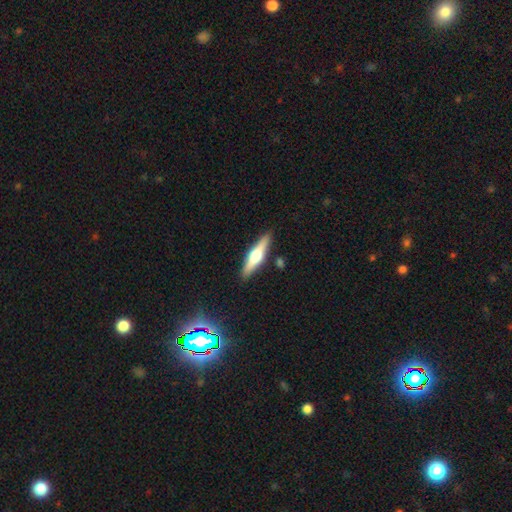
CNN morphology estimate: A featured or disk galaxy (62%) viewed edge-on (96%) with a rounded central bulge (93%). Merging: none (88%).